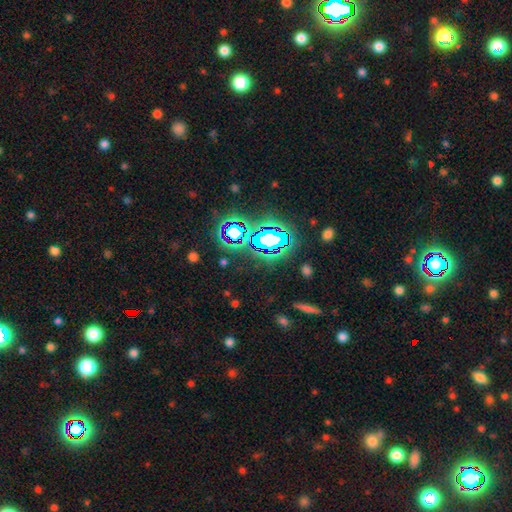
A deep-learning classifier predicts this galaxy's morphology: Q: Smooth or featured?
A: star or artifact (74%); runner-up: smooth (18%)